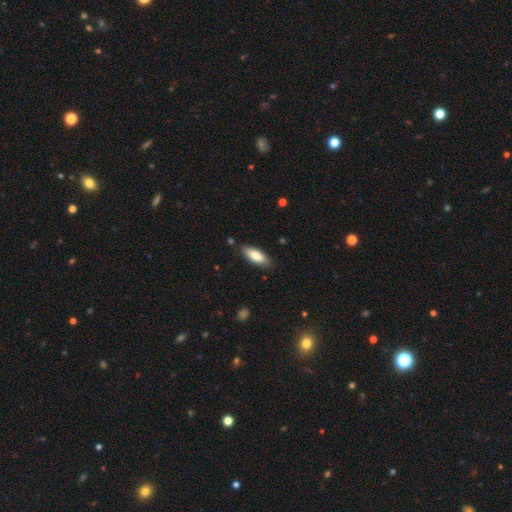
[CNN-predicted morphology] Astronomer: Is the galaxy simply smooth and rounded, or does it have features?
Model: smooth — 81%.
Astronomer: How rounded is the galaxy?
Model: in between — 72%.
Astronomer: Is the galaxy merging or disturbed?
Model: none — 84%.